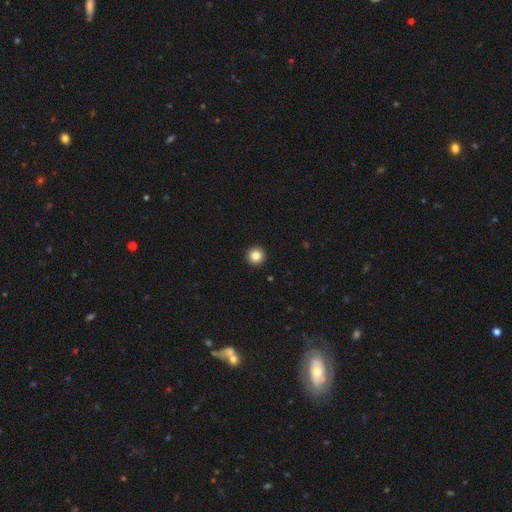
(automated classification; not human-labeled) A smooth galaxy with no disk features (85%) that is round (97%).

Vote fractions:
- Smooth or featured? smooth: 85% / star or artifact: 10% / featured or disk: 4%
- How rounded? round: 97% / in between: 2% / cigar-shaped: 1%
- Merging? none: 94% / minor disturbance: 4% / major disturbance: 1% / merger: 1%